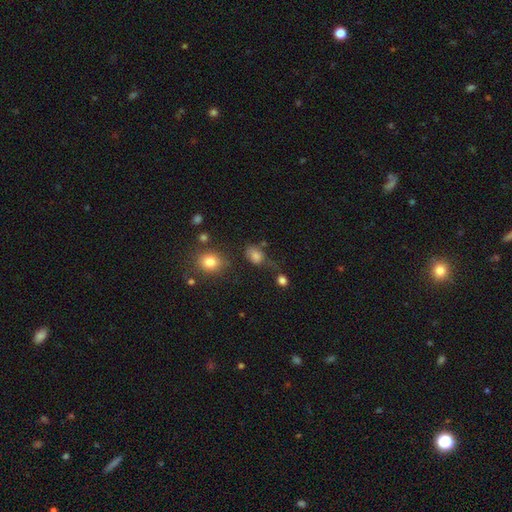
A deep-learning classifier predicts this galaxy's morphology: Overall: smooth (76%). How rounded: in between (62%; round 36%). Merging: none (43%; minor disturbance 28%).